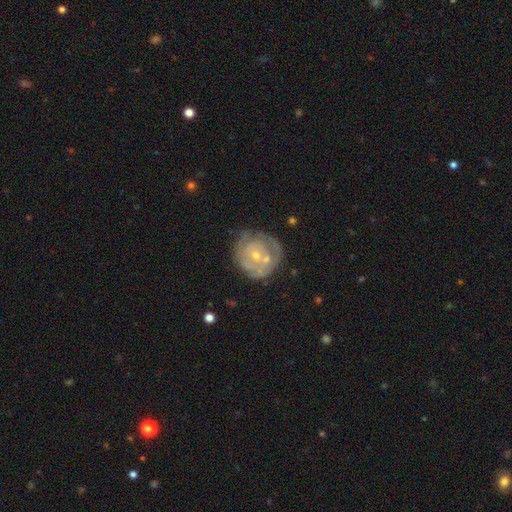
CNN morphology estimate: The model was most divided on "bulge size": small: 62%, moderate: 34%, none: 2%, large: 1%, dominant: 1%. More confident: edge-on disk — no (97%); bar — no (76%); smooth or featured — featured or disk (73%); spiral arms — yes (68%); merging — none (57%).